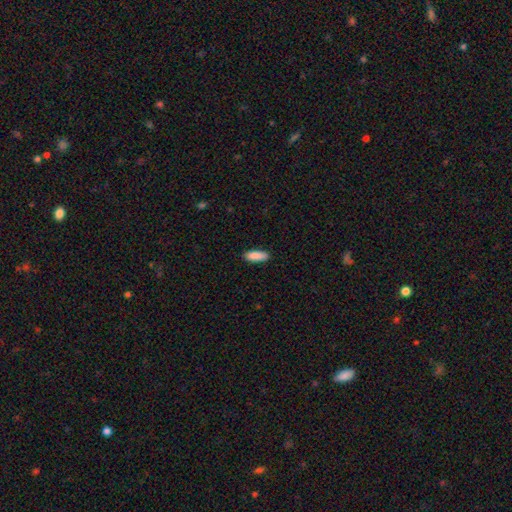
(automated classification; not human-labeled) smooth-or-featured: smooth: 90% | star or artifact: 6% | featured or disk: 4%
  how-rounded: in between: 64% | cigar-shaped: 34% | round: 2%
  merging: none: 88% | minor disturbance: 9% | major disturbance: 2% | merger: 1%